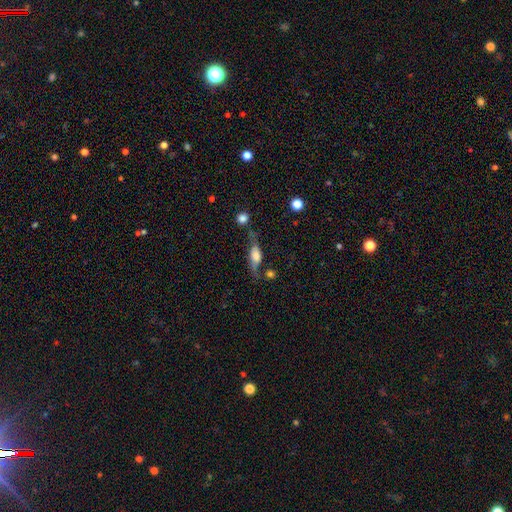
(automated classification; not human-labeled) A featured or disk galaxy (55%) viewed edge-on (67%). Merging: none (52%).